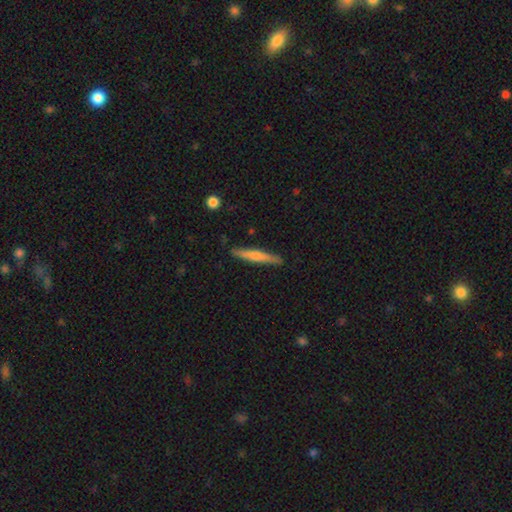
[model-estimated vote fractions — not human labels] The model was most divided on "smooth or featured": smooth: 57%, featured or disk: 37%, star or artifact: 5%. More confident: how rounded — cigar-shaped (94%); merging — none (88%).